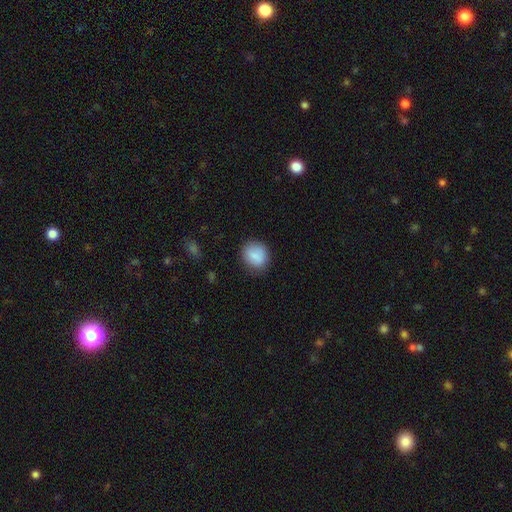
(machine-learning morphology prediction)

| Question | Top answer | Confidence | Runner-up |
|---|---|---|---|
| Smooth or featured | smooth | 84% | featured or disk (8%) |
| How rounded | round | 73% | in between (26%) |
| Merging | none | 80% | minor disturbance (15%) |